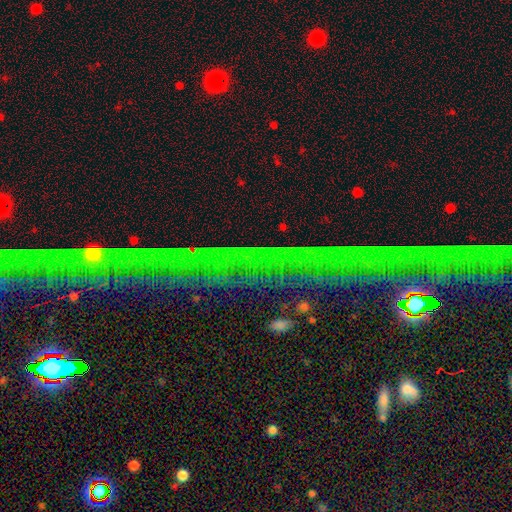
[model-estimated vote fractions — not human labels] A star or artifact, not a galaxy (79%).